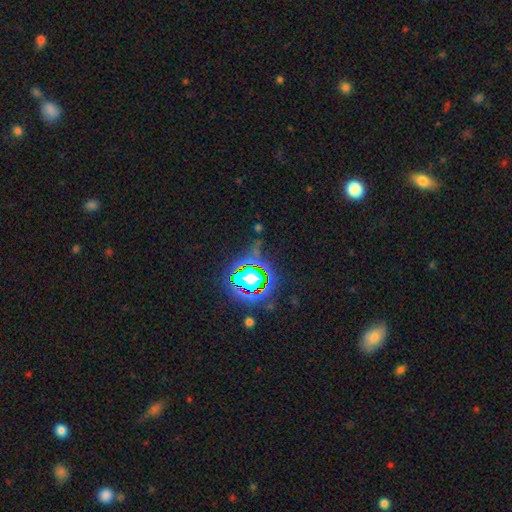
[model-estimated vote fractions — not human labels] smooth_or_featured: star or artifact (p=0.81) [alt: smooth p=0.11]